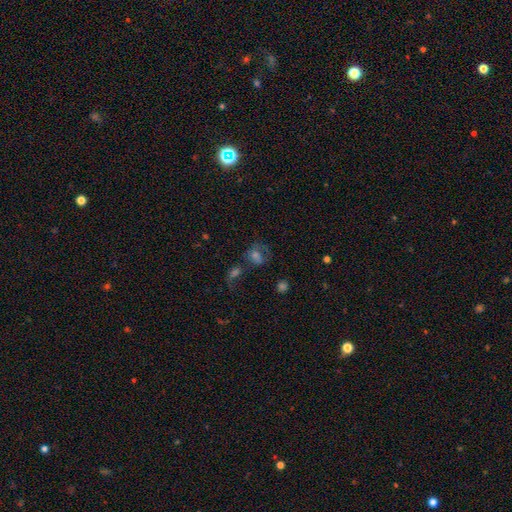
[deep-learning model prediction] The model was most divided on "merging": none: 39%, merger: 24%, major disturbance: 21%, minor disturbance: 16%. Remaining: smooth or featured — smooth (45%).